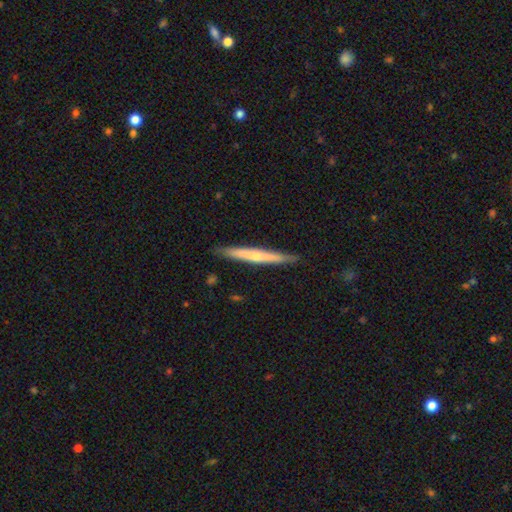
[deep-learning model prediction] Smooth or featured?
  - smooth: 48% *
  - featured or disk: 47%
  - star or artifact: 5%
Merging?
  - none: 89% *
  - minor disturbance: 9%
  - major disturbance: 1%
  - merger: 1%